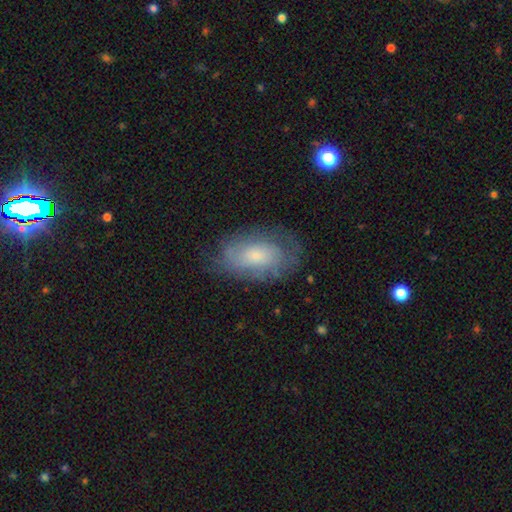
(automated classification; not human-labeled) Overall: featured or disk (48%; smooth 43%). Merging: none (68%).